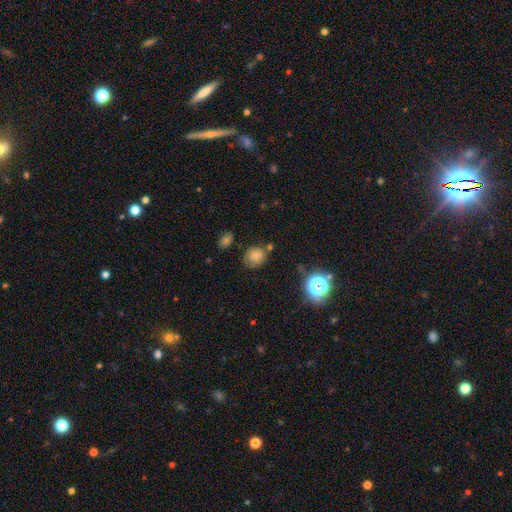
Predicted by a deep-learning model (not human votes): This appears to be a smooth galaxy with no disk features (77%) that is round (70%). Merging: none (64%).